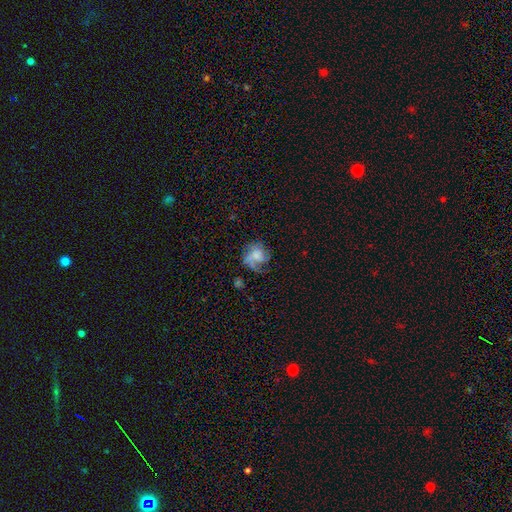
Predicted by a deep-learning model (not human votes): Smooth or featured: featured or disk — 52% (smooth — 37%)
Edge-on disk: no — 98% (yes — 2%)
Bar: no — 73% (weak — 23%)
Spiral arms: yes — 75% (no — 25%)
Bulge size: moderate — 29% (tied with none — 29%)
Merging: none — 45% (major disturbance — 28%)